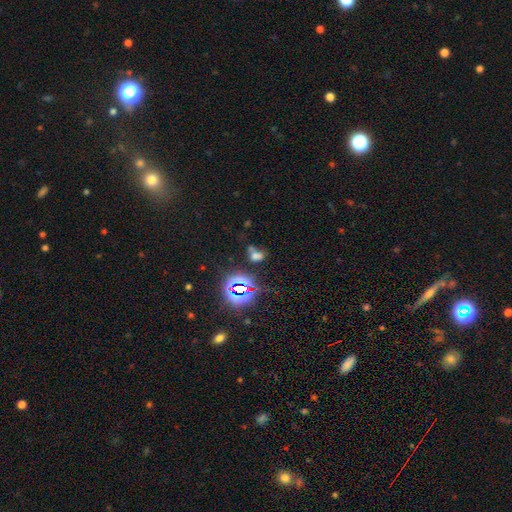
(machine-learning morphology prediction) Smooth or featured? Predicted: smooth (p=0.49). Merging? Predicted: none (p=0.39).